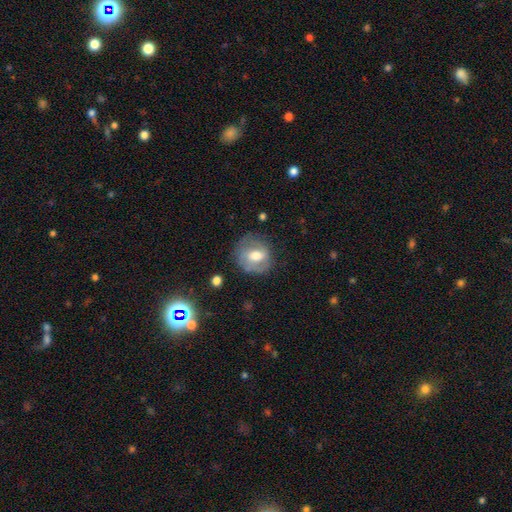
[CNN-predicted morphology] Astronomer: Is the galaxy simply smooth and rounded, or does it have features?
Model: featured or disk — 46%, tied with smooth at 46%.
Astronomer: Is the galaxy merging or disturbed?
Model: none — 66%.